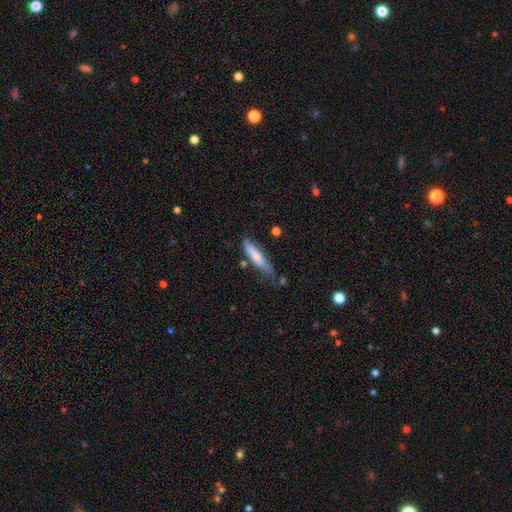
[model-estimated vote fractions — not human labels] Overall: smooth (74%). How rounded: cigar-shaped (78%). Merging: none (59%; minor disturbance 28%).